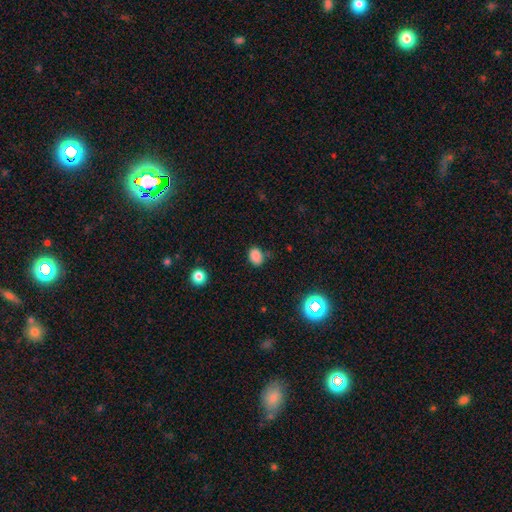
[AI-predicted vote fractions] This is clearly a smooth galaxy (83%). How rounded: likely in between (64%). Merging: likely none (73%).